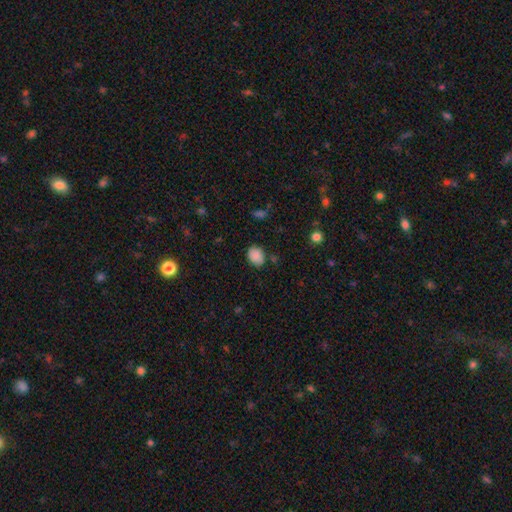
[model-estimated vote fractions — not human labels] smooth 87%, star or artifact 9%, featured or disk 4%. Down the decision tree: how rounded — in between (61%); merging — none (78%).